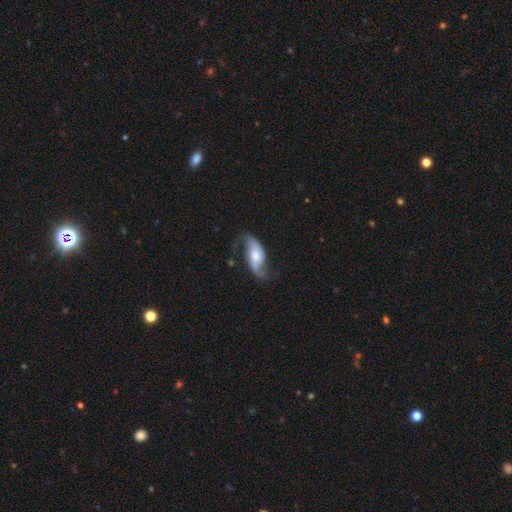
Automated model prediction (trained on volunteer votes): Smooth or featured? Predicted: featured or disk (p=0.78). Edge-on disk? Predicted: no (p=0.94). Bar? Predicted: no (p=0.49). Spiral arms? Predicted: yes (p=0.94). Spiral winding? Predicted: loose (p=0.68). Spiral arm count? Predicted: 2 (p=0.90). Bulge size? Predicted: moderate (p=0.46). Merging? Predicted: none (p=0.64).